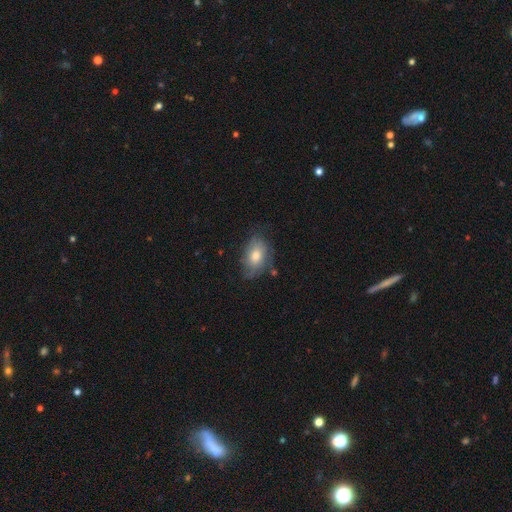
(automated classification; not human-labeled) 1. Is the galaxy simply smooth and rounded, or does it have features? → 60% smooth, 31% featured or disk, 9% star or artifact.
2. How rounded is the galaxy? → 81% in between, 17% round, 2% cigar-shaped.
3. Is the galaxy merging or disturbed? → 61% none, 27% minor disturbance, 10% major disturbance, 2% merger.